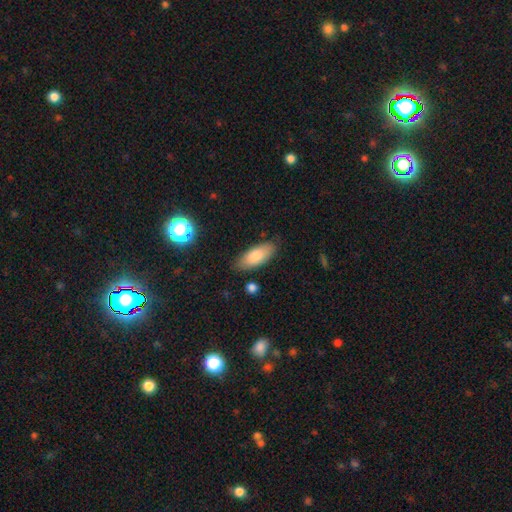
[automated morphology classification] The model was most divided on "how rounded": in between: 80%, cigar-shaped: 17%, round: 2%. More confident: merging — none (83%); smooth or featured — smooth (80%).